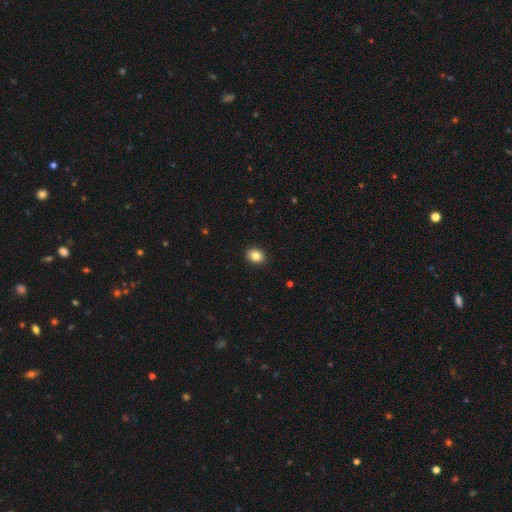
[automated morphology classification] Smooth or featured: smooth — 84% (star or artifact — 10%)
How rounded: in between — 52% (round — 47%)
Merging: none — 91% (minor disturbance — 6%)